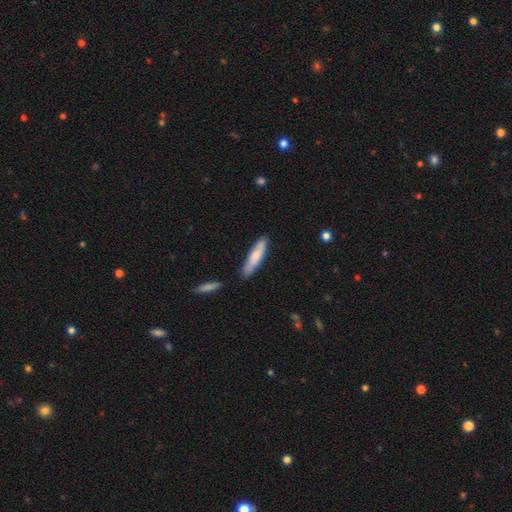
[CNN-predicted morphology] A smooth galaxy with no disk features (74%) that is cigar-shaped (81%).

Vote fractions:
- Smooth or featured? smooth: 74% / featured or disk: 20% / star or artifact: 5%
- How rounded? cigar-shaped: 81% / in between: 18% / round: 1%
- Merging? none: 81% / minor disturbance: 13% / merger: 3% / major disturbance: 2%